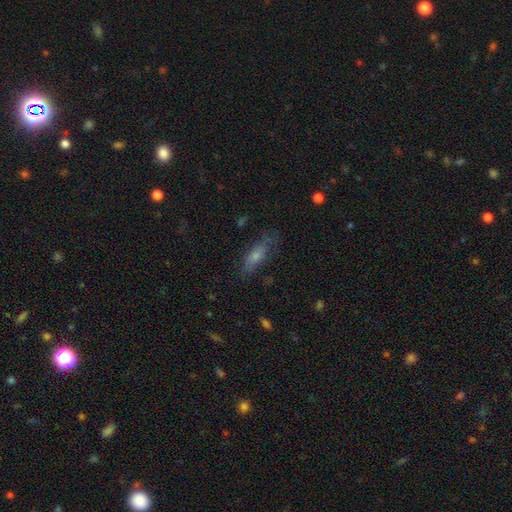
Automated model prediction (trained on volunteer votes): smooth-or-featured: smooth: 51% | featured or disk: 35% | star or artifact: 15%
  how-rounded: cigar-shaped: 56% | in between: 40% | round: 3%
  merging: none: 75% | minor disturbance: 17% | major disturbance: 6% | merger: 2%